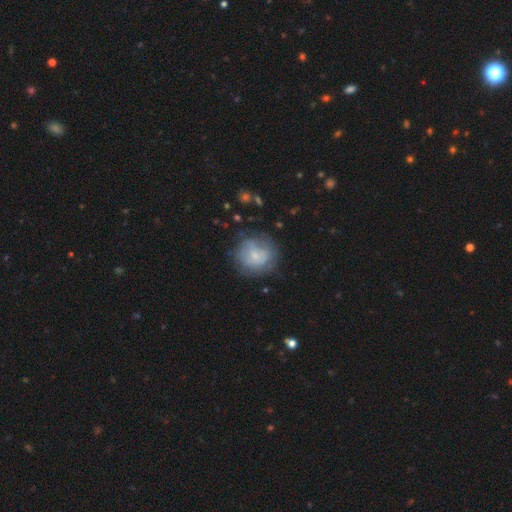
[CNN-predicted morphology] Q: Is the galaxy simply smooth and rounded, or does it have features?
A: smooth — 59%.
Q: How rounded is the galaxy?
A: round — 87%.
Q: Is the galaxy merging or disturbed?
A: none — 64%.